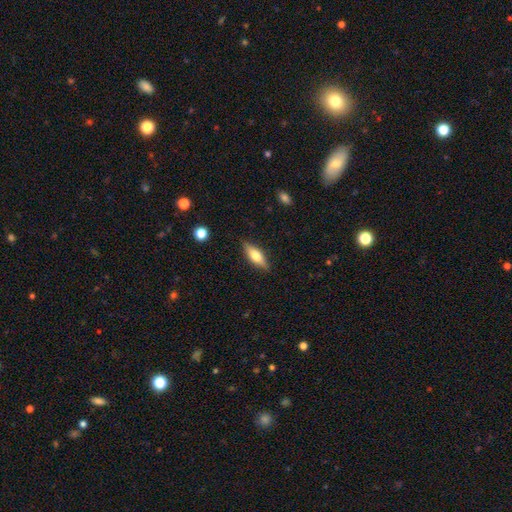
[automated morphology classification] Smooth or featured? Predicted: smooth (p=0.60). How rounded? Predicted: in between (p=0.59). Merging? Predicted: none (p=0.86).